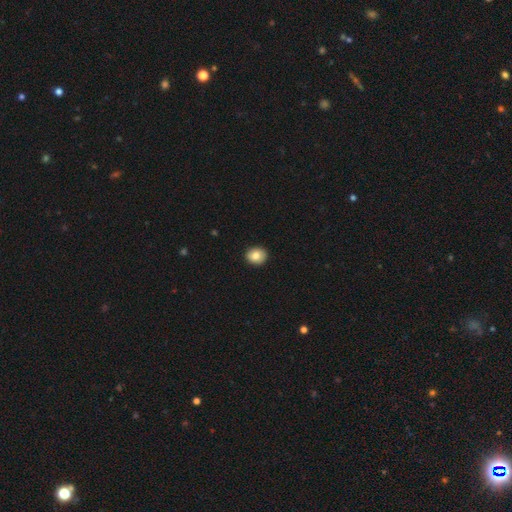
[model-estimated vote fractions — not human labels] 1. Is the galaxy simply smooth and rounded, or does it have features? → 83% smooth, 9% star or artifact, 8% featured or disk.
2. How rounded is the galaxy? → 68% round, 31% in between, 1% cigar-shaped.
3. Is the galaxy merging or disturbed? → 91% none, 6% minor disturbance, 2% major disturbance, 1% merger.